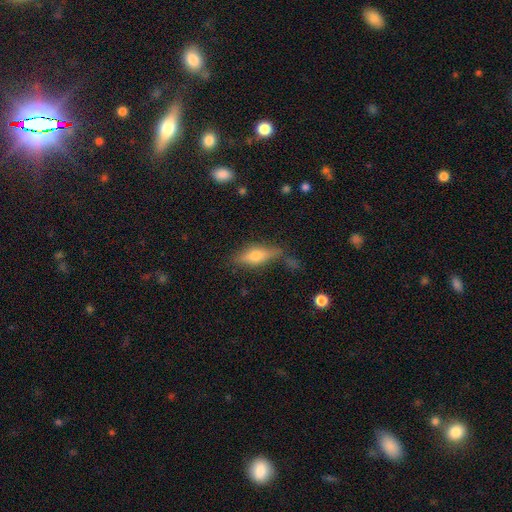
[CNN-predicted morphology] This appears to be a smooth galaxy with no disk features (46%). Merging: none (68%).